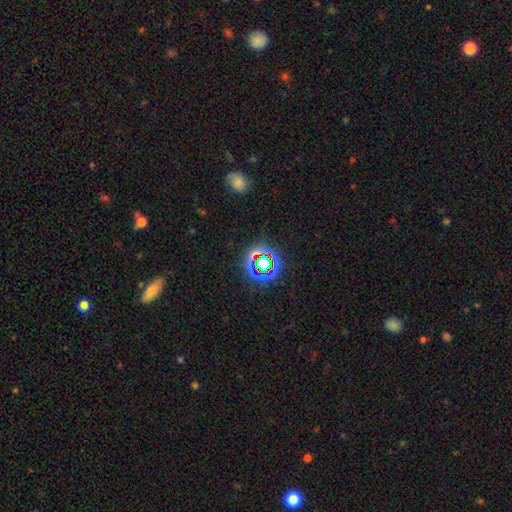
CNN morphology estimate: Smooth or featured: star or artifact — 69% (smooth — 20%)